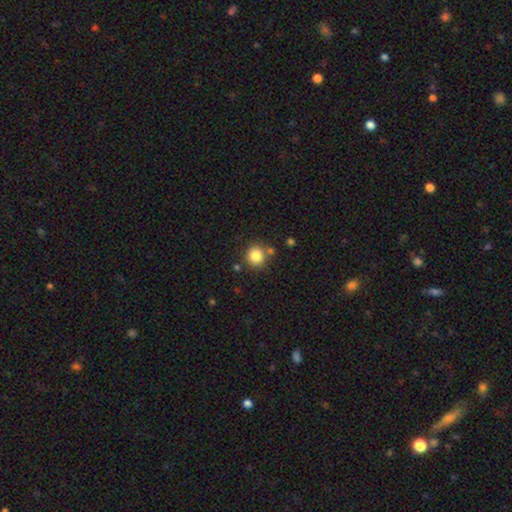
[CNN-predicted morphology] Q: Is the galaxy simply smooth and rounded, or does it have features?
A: smooth — 84%.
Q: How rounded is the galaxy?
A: round — 91%.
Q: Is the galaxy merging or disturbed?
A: none — 78%.